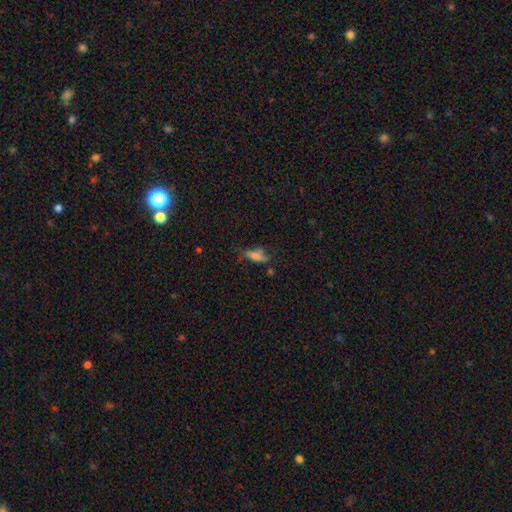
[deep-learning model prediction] This is possibly a smooth galaxy (59%). How rounded: possibly in between (56%). Merging: possibly none (50%).